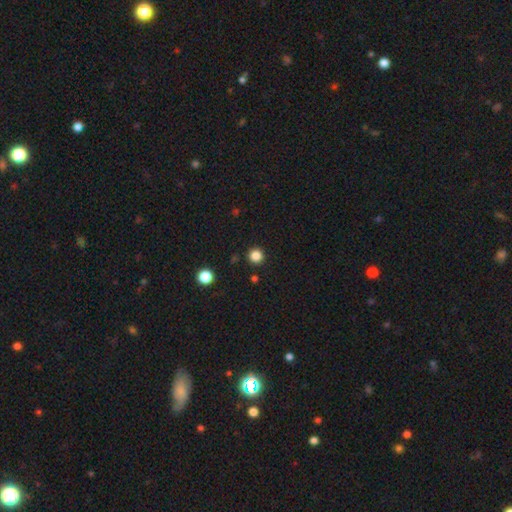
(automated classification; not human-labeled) smooth-or-featured: smooth: 84% | star or artifact: 13% | featured or disk: 3%
  how-rounded: round: 96% | in between: 3% | cigar-shaped: 1%
  merging: none: 92% | minor disturbance: 4% | merger: 2% | major disturbance: 2%